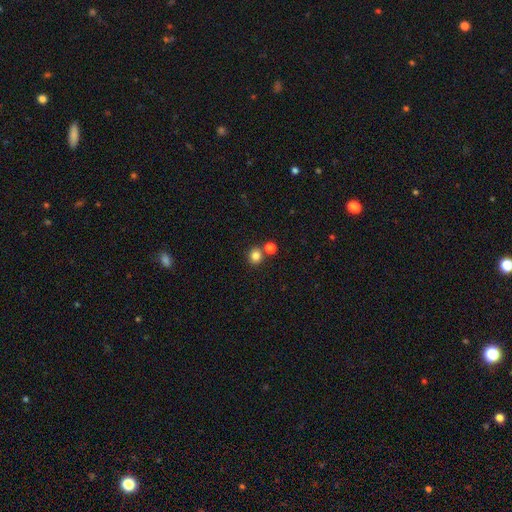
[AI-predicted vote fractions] smooth 82%, star or artifact 12%, featured or disk 5%. Down the decision tree: how rounded — round (86%); merging — none (71%).